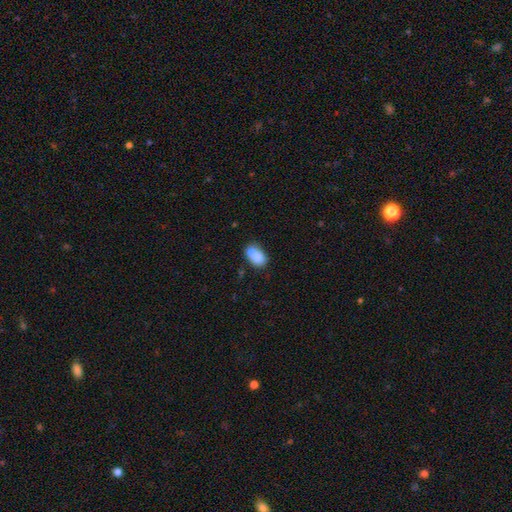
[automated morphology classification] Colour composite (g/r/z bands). It shows a smooth galaxy with no disk features (75%) that is in between round and cigar-shaped (77%). Merging: merger (50%).